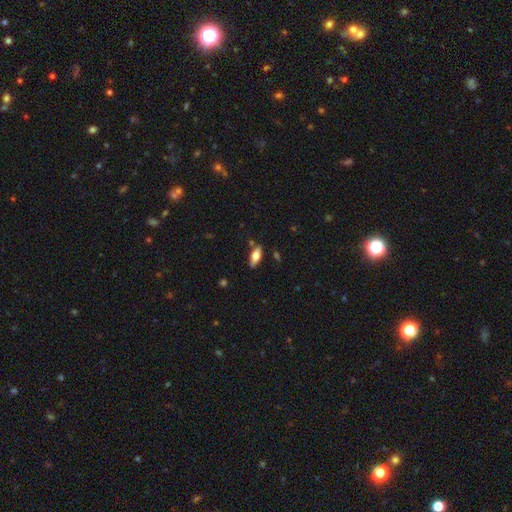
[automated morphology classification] type=smooth (63%); roundness=in between (78%); merging=none (82%).